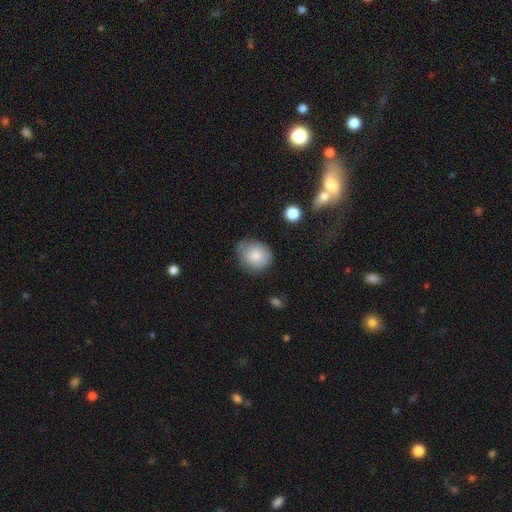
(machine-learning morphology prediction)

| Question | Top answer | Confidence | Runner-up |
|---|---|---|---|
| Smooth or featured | smooth | 79% | featured or disk (13%) |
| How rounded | round | 62% | in between (37%) |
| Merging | none | 59% | minor disturbance (31%) |